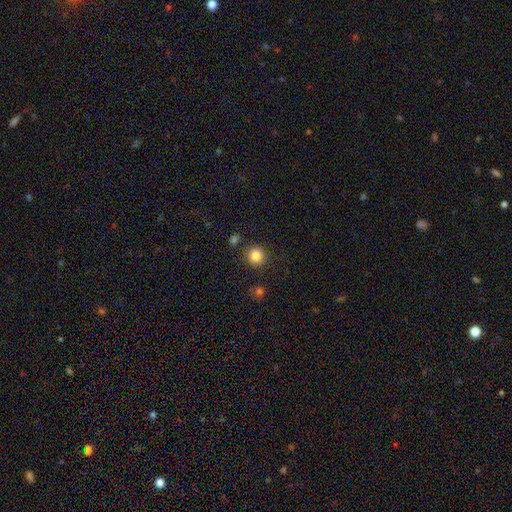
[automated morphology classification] Smooth or featured?
  - smooth: 85% *
  - star or artifact: 11%
  - featured or disk: 5%
How rounded?
  - round: 92% *
  - in between: 7%
  - cigar-shaped: 1%
Merging?
  - none: 85% *
  - minor disturbance: 8%
  - merger: 4%
  - major disturbance: 3%